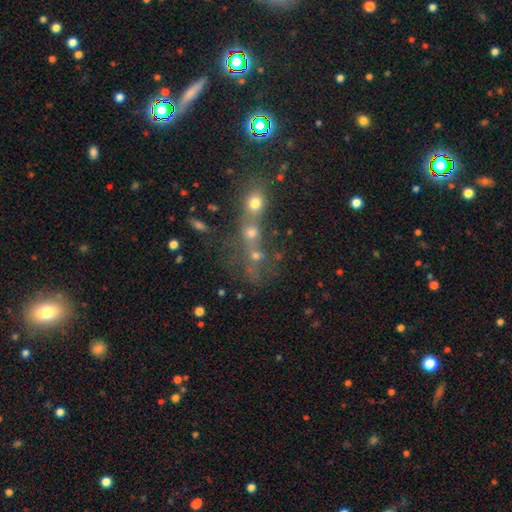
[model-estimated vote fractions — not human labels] A smooth galaxy with no disk features (57%) that is round (65%).

Vote fractions:
- Smooth or featured? smooth: 57% / star or artifact: 24% / featured or disk: 19%
- How rounded? round: 65% / in between: 30% / cigar-shaped: 5%
- Merging? merger: 59% / none: 27% / major disturbance: 7% / minor disturbance: 6%